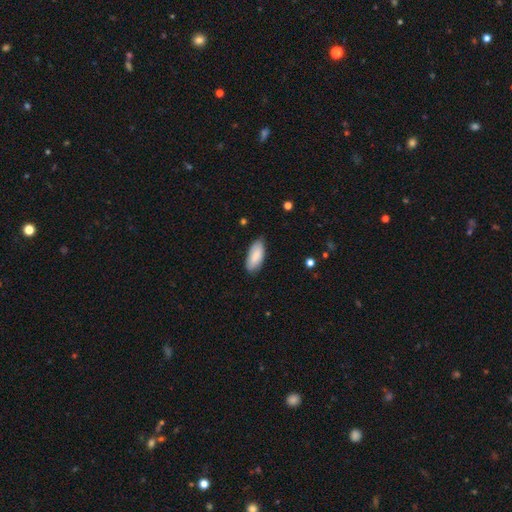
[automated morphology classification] smooth_or_featured: smooth (p=0.86) [alt: featured or disk p=0.08]
how_rounded: in between (p=0.87) [alt: cigar-shaped p=0.11]
merging: none (p=0.81) [alt: minor disturbance p=0.16]